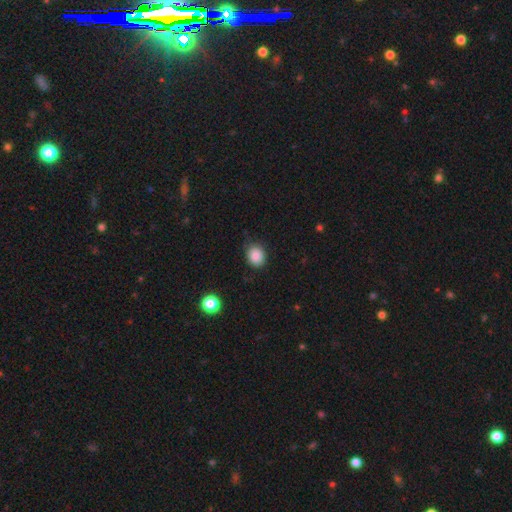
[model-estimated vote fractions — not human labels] Smooth or featured? Predicted: smooth (p=0.87). How rounded? Predicted: round (p=0.57). Merging? Predicted: none (p=0.81).